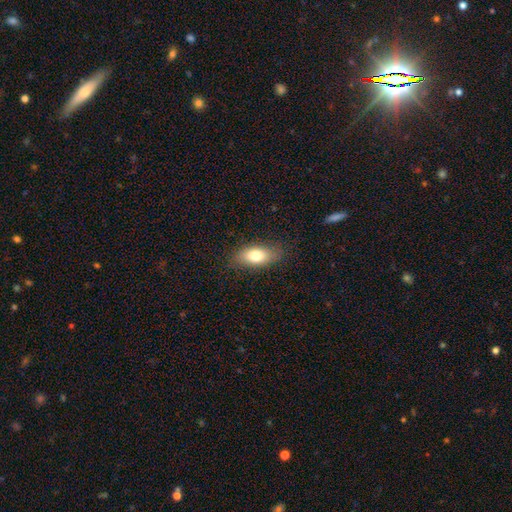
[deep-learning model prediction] Morphology: type=smooth (76%); roundness=in between (84%); merging=none (83%).